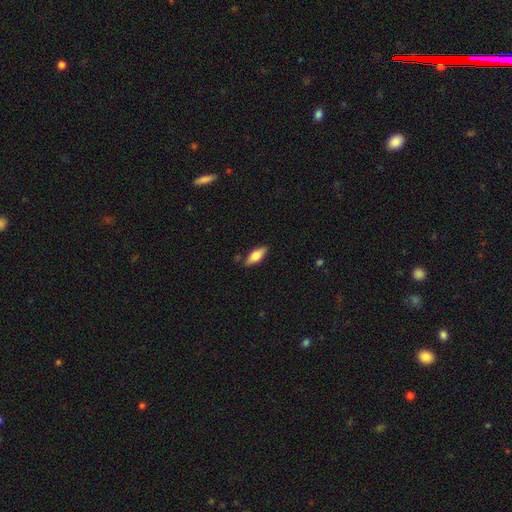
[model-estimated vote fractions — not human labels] smooth_or_featured: smooth (p=0.61) [alt: featured or disk p=0.32]
how_rounded: in between (p=0.73) [alt: cigar-shaped p=0.24]
merging: none (p=0.84) [alt: minor disturbance p=0.12]